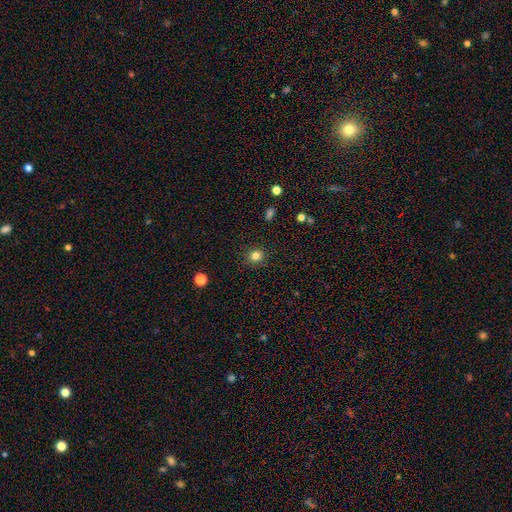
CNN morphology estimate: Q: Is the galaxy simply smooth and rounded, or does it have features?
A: smooth — 81%.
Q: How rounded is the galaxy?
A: round — 86%.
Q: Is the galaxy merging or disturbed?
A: none — 90%.